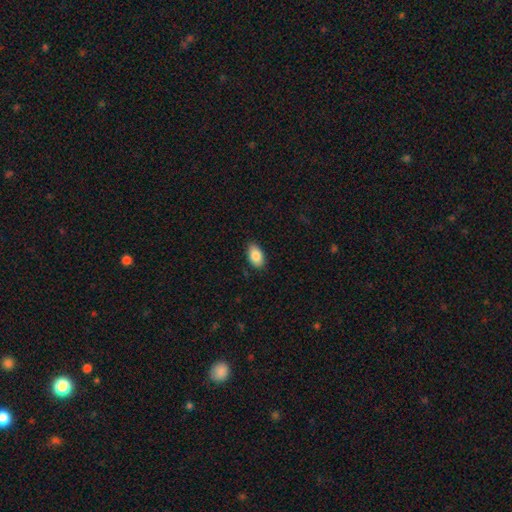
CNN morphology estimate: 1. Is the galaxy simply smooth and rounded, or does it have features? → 86% smooth, 7% star or artifact, 7% featured or disk.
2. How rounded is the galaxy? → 93% in between, 6% round, 2% cigar-shaped.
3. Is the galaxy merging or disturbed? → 87% none, 10% minor disturbance, 2% major disturbance, 1% merger.